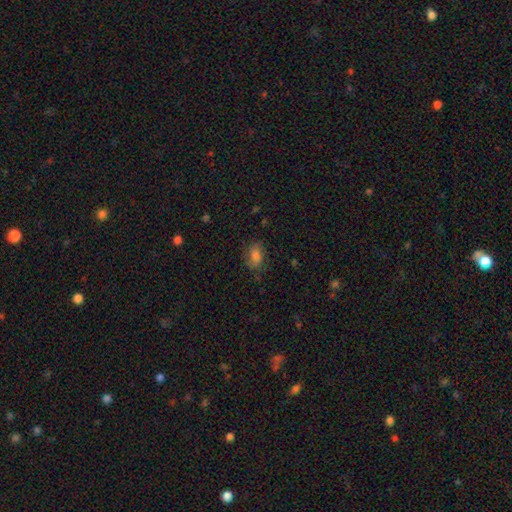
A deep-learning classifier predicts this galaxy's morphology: type=smooth (64%); roundness=in between (83%); merging=none (74%).